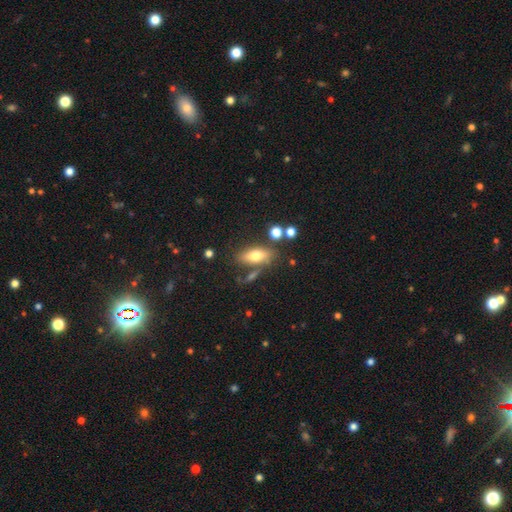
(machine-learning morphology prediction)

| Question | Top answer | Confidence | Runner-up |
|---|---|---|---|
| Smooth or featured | smooth | 67% | featured or disk (24%) |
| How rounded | in between | 76% | cigar-shaped (19%) |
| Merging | none | 65% | minor disturbance (16%) |